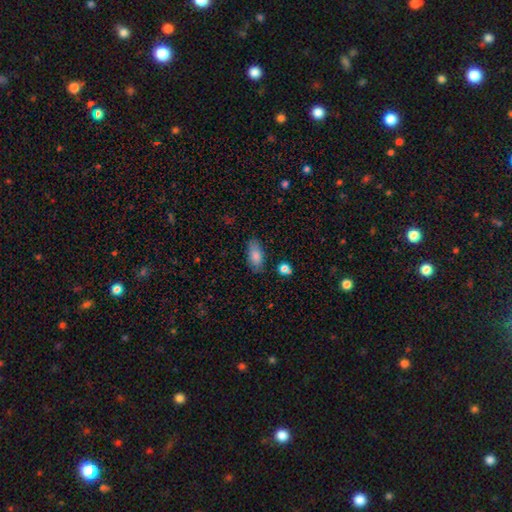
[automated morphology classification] Smooth or featured? Predicted: smooth (p=0.83). How rounded? Predicted: in between (p=0.87). Merging? Predicted: none (p=0.79).